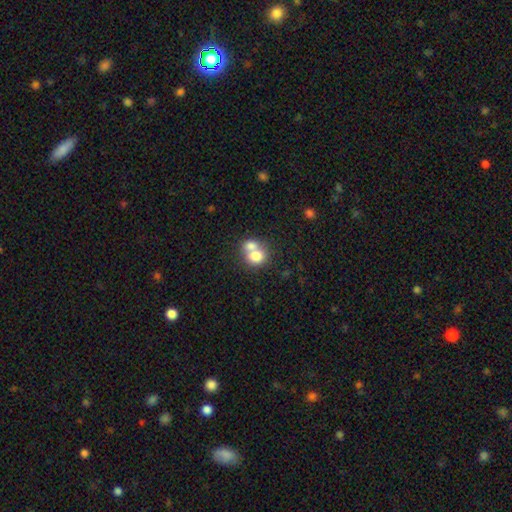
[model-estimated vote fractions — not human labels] This appears to be a smooth galaxy with no disk features (73%) that is round (61%). Merging: merger (64%).